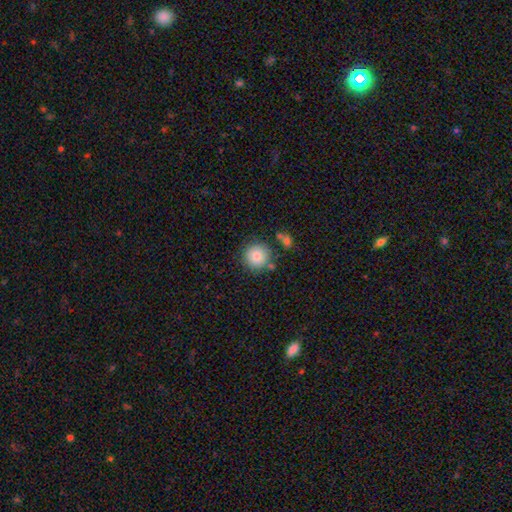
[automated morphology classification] smooth-or-featured: smooth: 82% | star or artifact: 10% | featured or disk: 8%
  how-rounded: round: 94% | in between: 5% | cigar-shaped: 1%
  merging: none: 80% | minor disturbance: 10% | merger: 7% | major disturbance: 3%